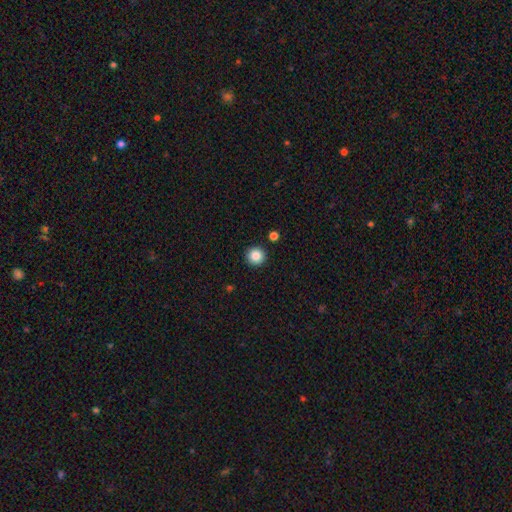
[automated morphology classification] smooth_or_featured: smooth (p=0.86) [alt: star or artifact p=0.10]
how_rounded: round (p=0.96) [alt: in between p=0.03]
merging: none (p=0.92) [alt: minor disturbance p=0.04]